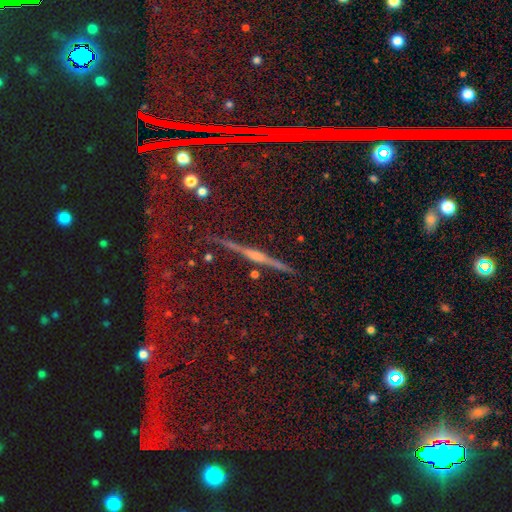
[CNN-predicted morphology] A featured or disk galaxy (51%) viewed edge-on (93%).

Vote fractions:
- Smooth or featured? featured or disk: 51% / star or artifact: 30% / smooth: 19%
- Edge-on disk? yes: 93% / no: 7%
- Merging? none: 86% / minor disturbance: 8% / major disturbance: 3% / merger: 3%